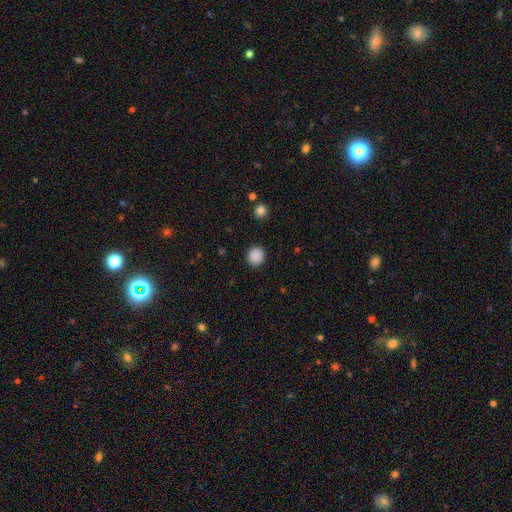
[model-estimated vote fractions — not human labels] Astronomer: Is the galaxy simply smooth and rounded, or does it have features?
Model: smooth — 88%.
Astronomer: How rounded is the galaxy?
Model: round — 89%.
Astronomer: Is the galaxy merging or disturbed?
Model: none — 91%.